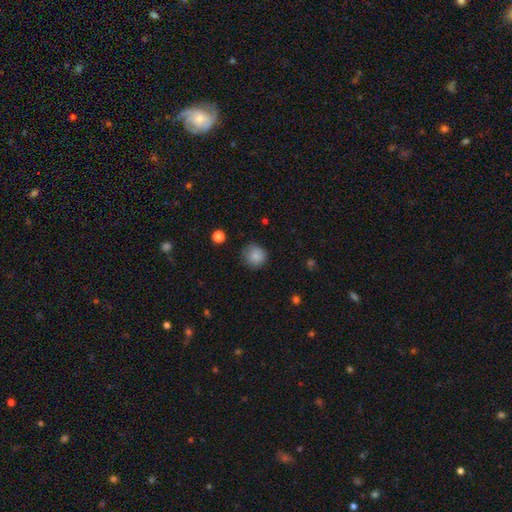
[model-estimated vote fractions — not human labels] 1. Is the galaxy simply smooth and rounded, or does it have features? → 85% smooth, 9% star or artifact, 6% featured or disk.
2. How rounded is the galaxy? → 92% round, 7% in between, 1% cigar-shaped.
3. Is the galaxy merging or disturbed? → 81% none, 14% minor disturbance, 3% major disturbance, 1% merger.